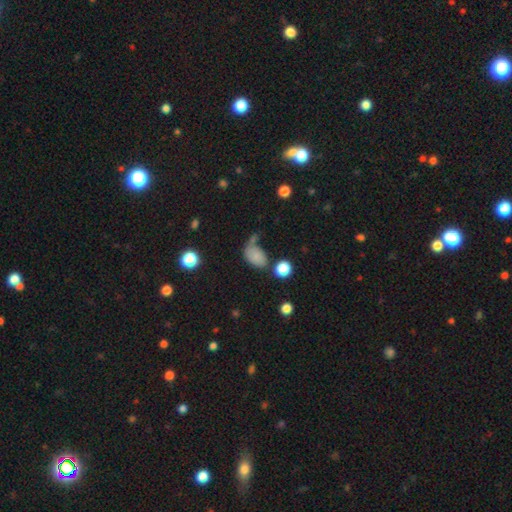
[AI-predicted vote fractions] Smooth or featured?
  - smooth: 77% *
  - star or artifact: 12%
  - featured or disk: 11%
How rounded?
  - in between: 83% *
  - round: 16%
  - cigar-shaped: 2%
Merging?
  - none: 42% *
  - minor disturbance: 24%
  - major disturbance: 18%
  - merger: 16%